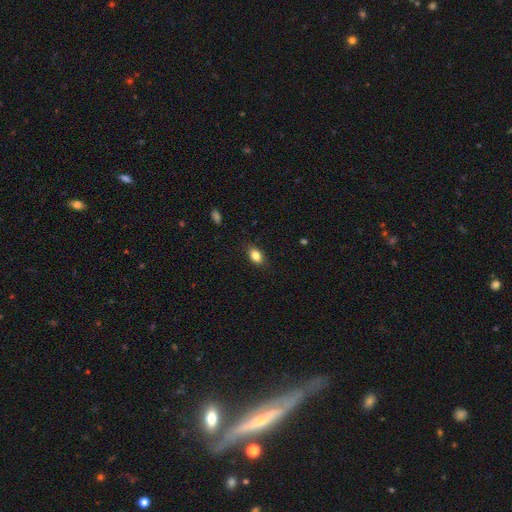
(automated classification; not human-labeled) Smooth or featured? smooth (84%)
How rounded? in between (84%)
Merging? none (85%)